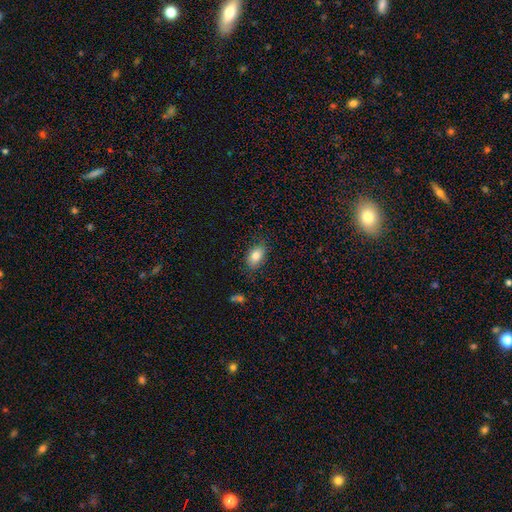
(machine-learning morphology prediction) Smooth or featured? smooth (82%)
How rounded? in between (85%)
Merging? none (82%)